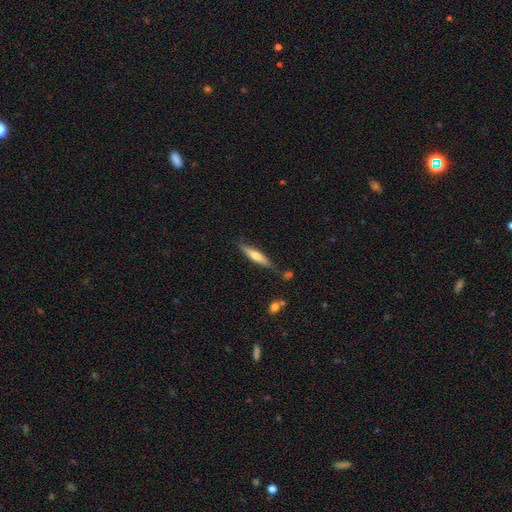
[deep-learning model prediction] Smooth or featured? smooth (56%)
How rounded? cigar-shaped (87%)
Merging? none (79%)